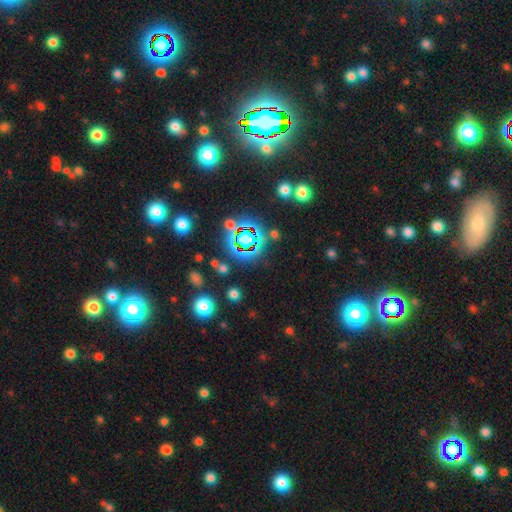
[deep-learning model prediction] Smooth or featured? Predicted: star or artifact (p=0.77).